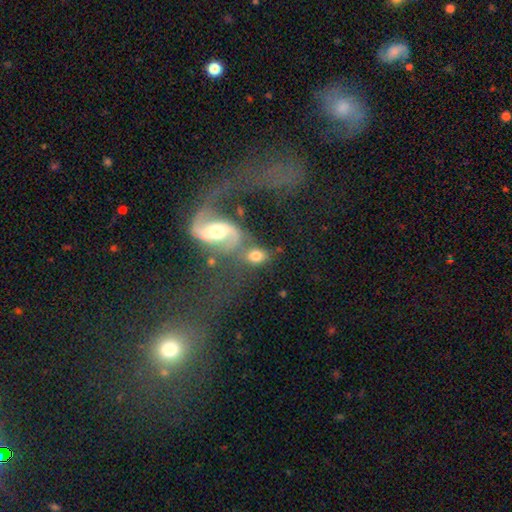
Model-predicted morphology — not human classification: A smooth galaxy with no disk features (59%) that is in between round and cigar-shaped (71%). Merging: none (47%).